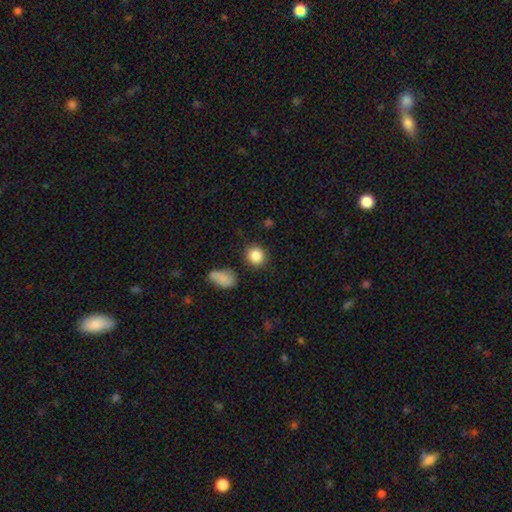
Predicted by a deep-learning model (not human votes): Morphology: type=smooth (86%); roundness=round (85%); merging=none (85%).